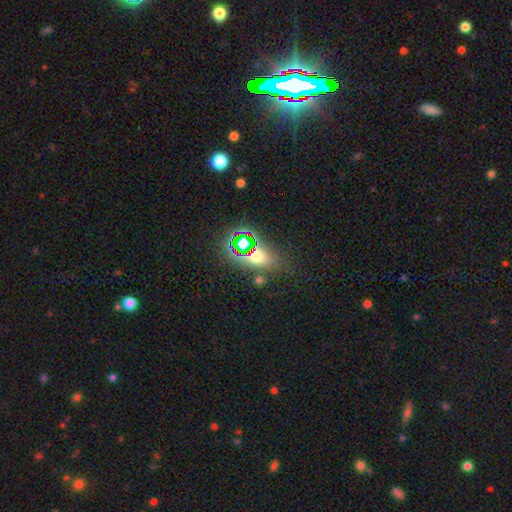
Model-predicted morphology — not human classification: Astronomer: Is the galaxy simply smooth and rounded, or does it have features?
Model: smooth — 51% (runner-up: star or artifact, 38%).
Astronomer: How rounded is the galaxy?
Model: in between — 65%.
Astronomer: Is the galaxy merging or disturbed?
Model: none — 71%.